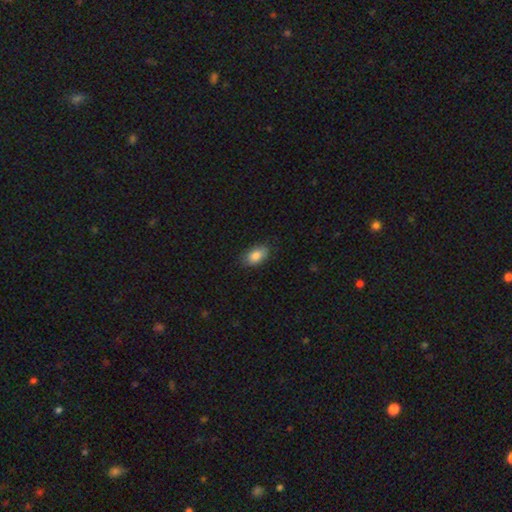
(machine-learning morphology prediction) The model was most divided on "merging": none: 83%, minor disturbance: 13%, major disturbance: 3%, merger: 1%. More confident: how rounded — in between (91%); smooth or featured — smooth (84%).